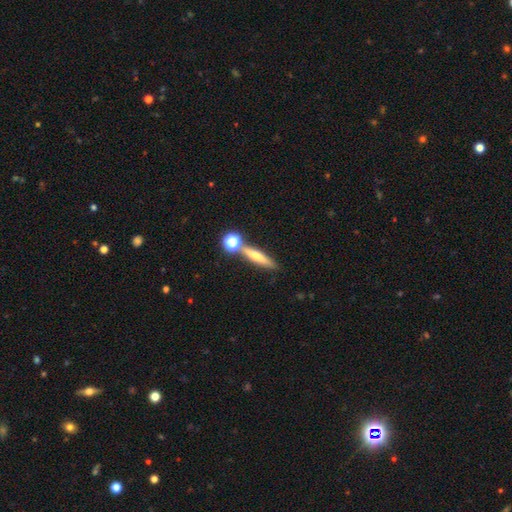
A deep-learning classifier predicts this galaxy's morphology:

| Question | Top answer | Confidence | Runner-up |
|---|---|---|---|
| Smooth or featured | smooth | 57% | featured or disk (32%) |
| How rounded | cigar-shaped | 76% | in between (17%) |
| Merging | none | 69% | merger (16%) |